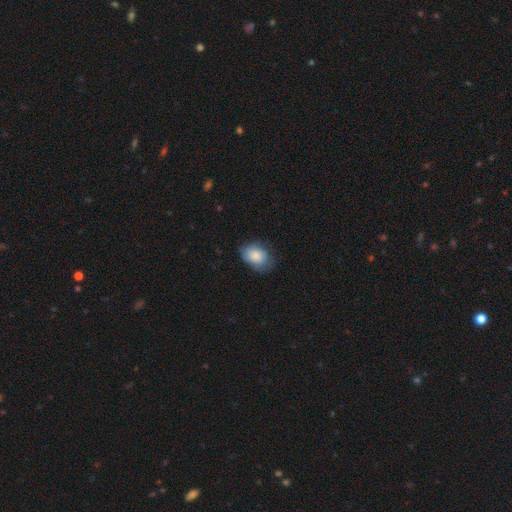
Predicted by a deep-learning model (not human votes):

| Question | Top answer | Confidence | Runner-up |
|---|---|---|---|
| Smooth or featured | smooth | 81% | featured or disk (12%) |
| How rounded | in between | 76% | round (23%) |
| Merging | none | 64% | minor disturbance (27%) |